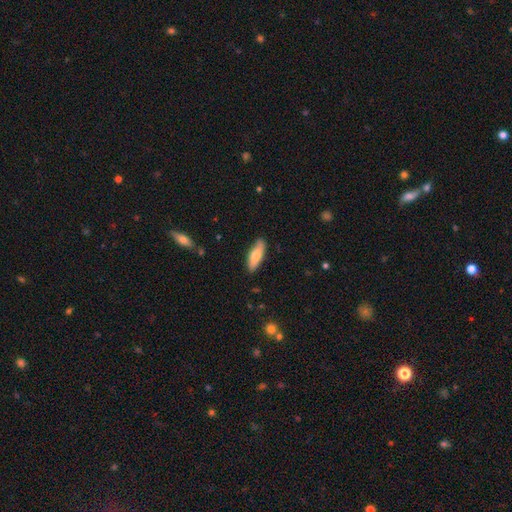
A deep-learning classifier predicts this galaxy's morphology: smooth 69%, featured or disk 25%, star or artifact 6%. Down the decision tree: how rounded — in between (52%); merging — none (84%).